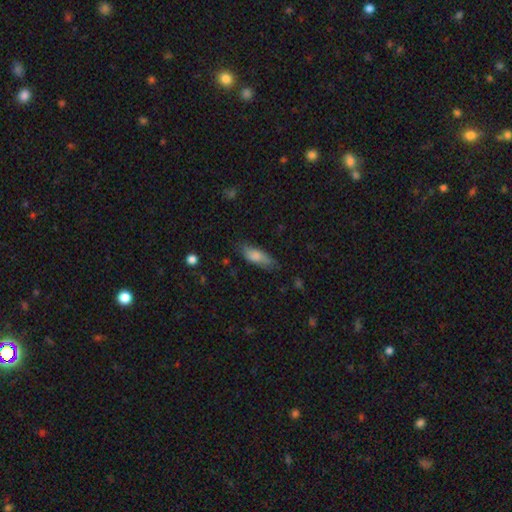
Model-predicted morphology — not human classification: The model was most divided on "how rounded": in between: 66%, cigar-shaped: 31%, round: 2%. More confident: smooth or featured — smooth (78%); merging — none (66%).